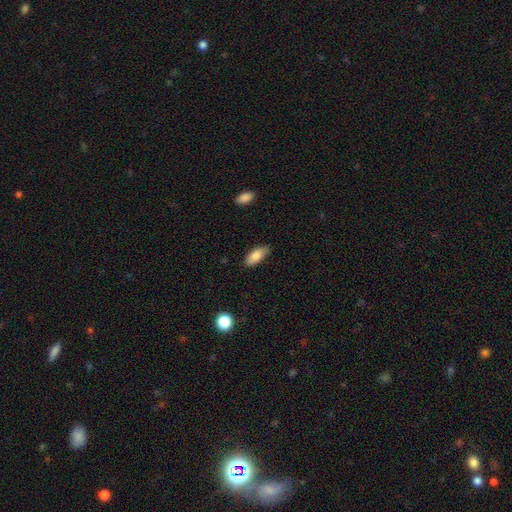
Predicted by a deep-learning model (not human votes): A smooth galaxy with no disk features (82%) that is in between round and cigar-shaped (85%).

Vote fractions:
- Smooth or featured? smooth: 82% / featured or disk: 11% / star or artifact: 7%
- How rounded? in between: 85% / cigar-shaped: 13% / round: 2%
- Merging? none: 81% / minor disturbance: 15% / major disturbance: 2% / merger: 1%